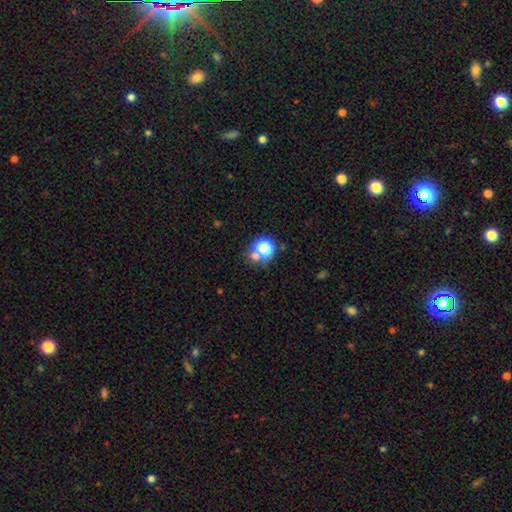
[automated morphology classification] This is likely a smooth galaxy (68%). How rounded: likely round (80%). Merging: possibly none (49%).